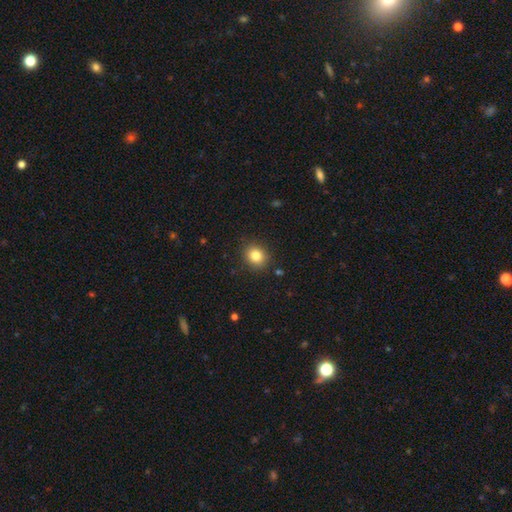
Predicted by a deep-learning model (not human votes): Smooth or featured? Predicted: smooth (p=0.83). How rounded? Predicted: round (p=0.73). Merging? Predicted: none (p=0.88).